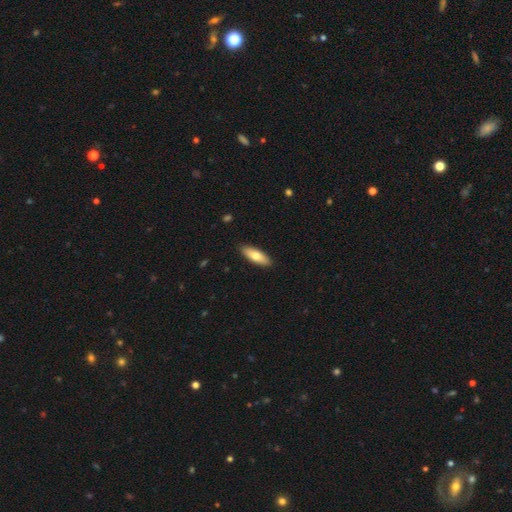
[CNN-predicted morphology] smooth-or-featured: smooth: 73% | featured or disk: 22% | star or artifact: 6%
  how-rounded: in between: 60% | cigar-shaped: 38% | round: 2%
  merging: none: 90% | minor disturbance: 8% | major disturbance: 2% | merger: 1%